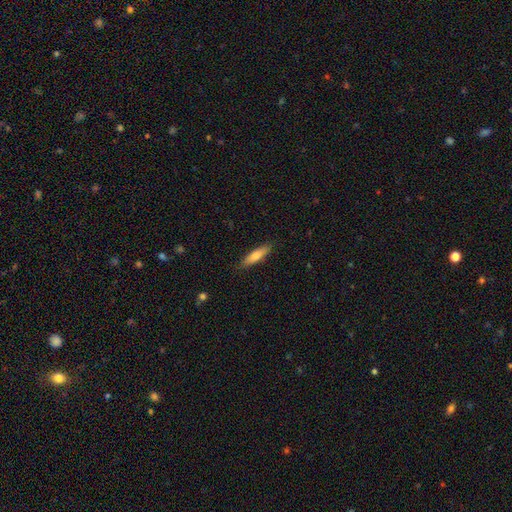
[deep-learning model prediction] smooth_or_featured: smooth (p=0.76) [alt: featured or disk p=0.18]
how_rounded: cigar-shaped (p=0.73) [alt: in between p=0.25]
merging: none (p=0.87) [alt: minor disturbance p=0.10]